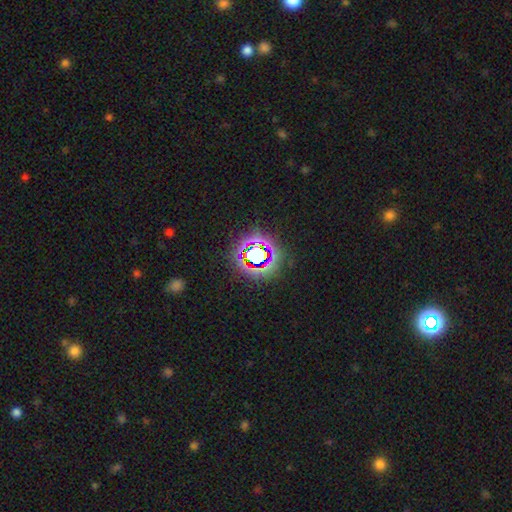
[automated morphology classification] This is likely a star or artifact rather than a galaxy (77%).